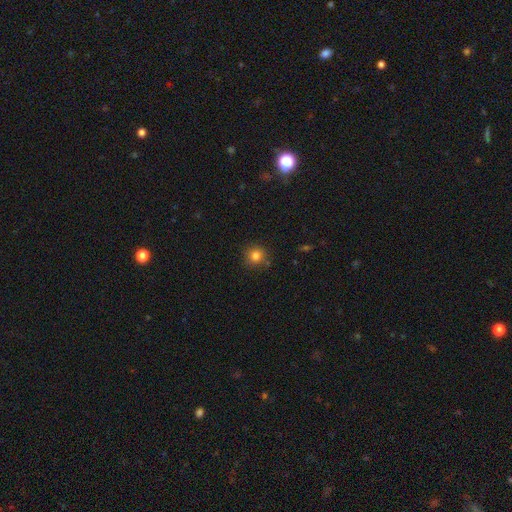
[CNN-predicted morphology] Smooth or featured? smooth (81%)
How rounded? round (92%)
Merging? none (86%)